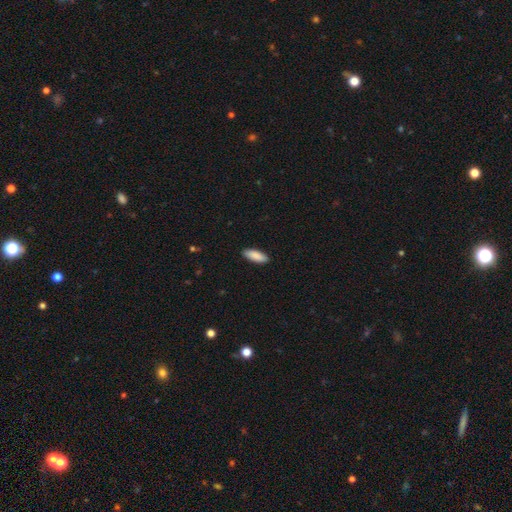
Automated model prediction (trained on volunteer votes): This is clearly a smooth galaxy (90%). How rounded: likely in between (70%). Merging: clearly none (90%).